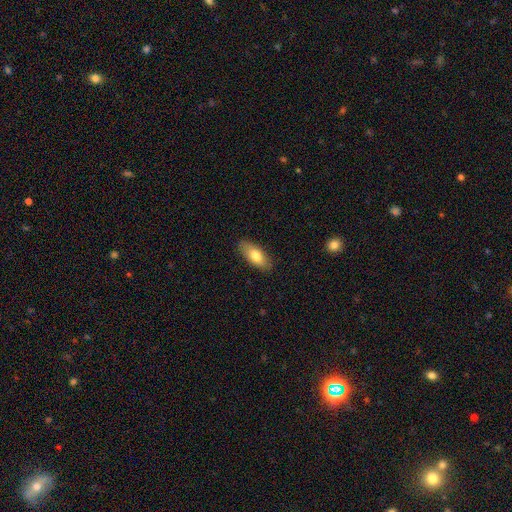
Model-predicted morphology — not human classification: smooth-or-featured: smooth: 78% | featured or disk: 16% | star or artifact: 6%
  how-rounded: in between: 82% | cigar-shaped: 15% | round: 2%
  merging: none: 86% | minor disturbance: 10% | major disturbance: 2% | merger: 1%